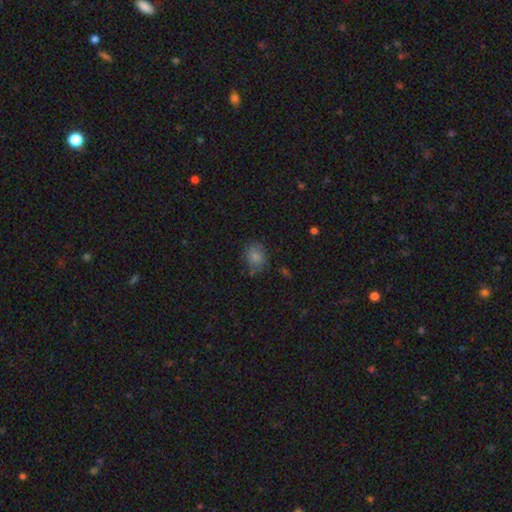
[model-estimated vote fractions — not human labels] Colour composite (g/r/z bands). It shows a smooth galaxy with no disk features (74%) that is round (60%). Merging: none (78%).